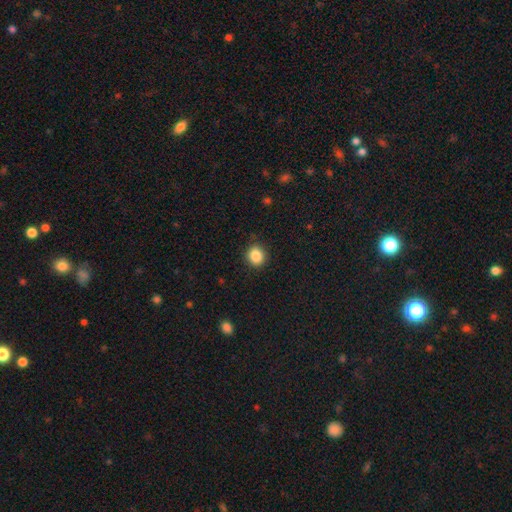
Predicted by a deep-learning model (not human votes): Smooth or featured: smooth — 86% (star or artifact — 10%)
How rounded: round — 80% (in between — 19%)
Merging: none — 88% (minor disturbance — 8%)